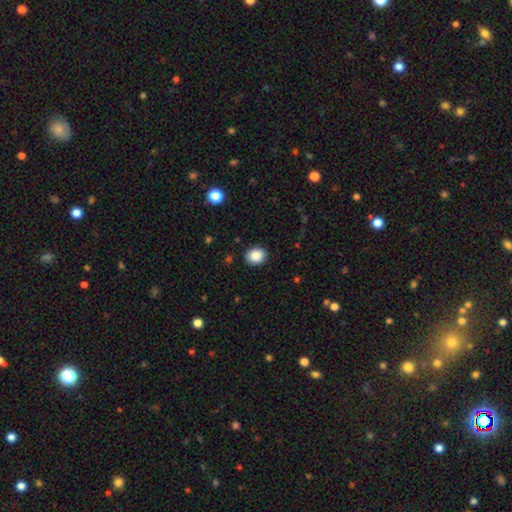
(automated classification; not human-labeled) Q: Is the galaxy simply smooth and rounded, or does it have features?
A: smooth — 87%.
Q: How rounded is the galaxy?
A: round — 66%.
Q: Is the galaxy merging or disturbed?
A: none — 90%.